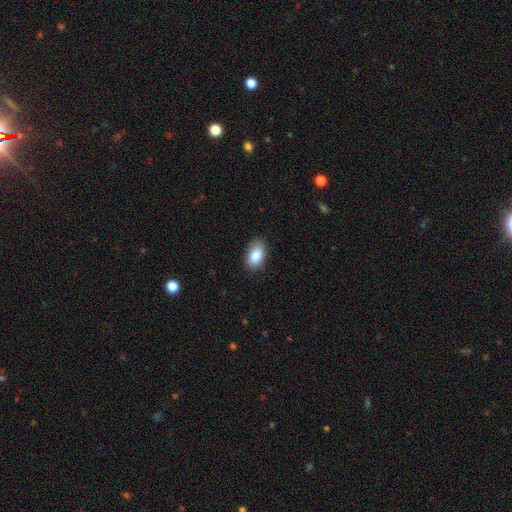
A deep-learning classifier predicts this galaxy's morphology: type=smooth (86%); roundness=in between (92%); merging=none (82%).